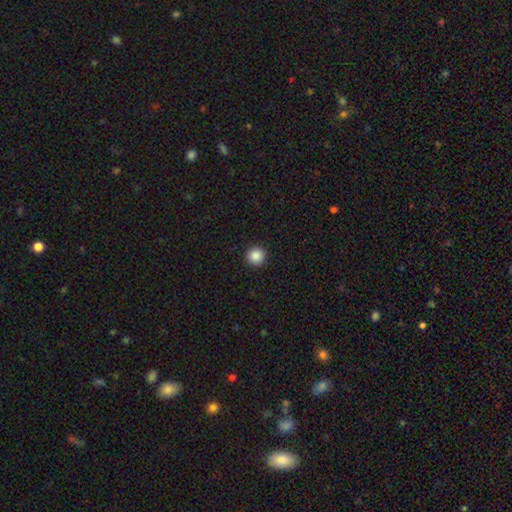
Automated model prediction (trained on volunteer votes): Smooth or featured? smooth (88%)
How rounded? round (96%)
Merging? none (93%)